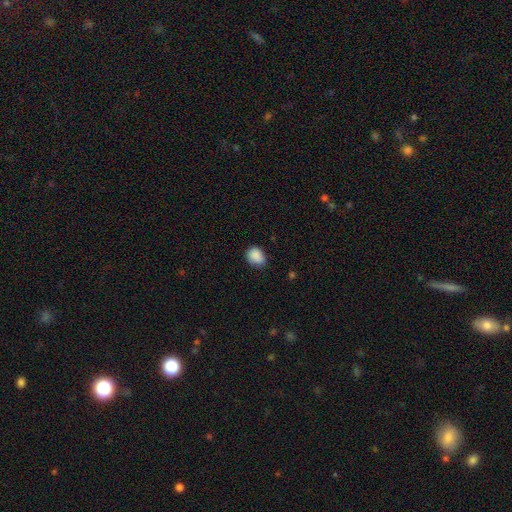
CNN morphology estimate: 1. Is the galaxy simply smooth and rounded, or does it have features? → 88% smooth, 8% star or artifact, 3% featured or disk.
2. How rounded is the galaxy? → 52% in between, 47% round, 1% cigar-shaped.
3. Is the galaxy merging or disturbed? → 71% none, 24% minor disturbance, 4% major disturbance, 1% merger.